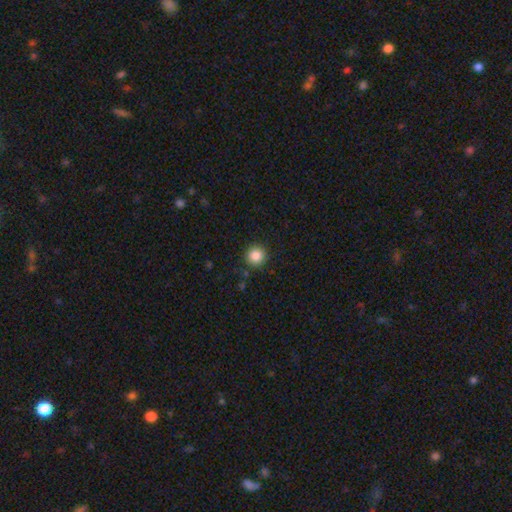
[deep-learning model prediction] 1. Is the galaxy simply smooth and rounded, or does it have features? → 86% smooth, 10% star or artifact, 4% featured or disk.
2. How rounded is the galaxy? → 95% round, 4% in between, 1% cigar-shaped.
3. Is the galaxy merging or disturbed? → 90% none, 7% minor disturbance, 2% major disturbance, 2% merger.